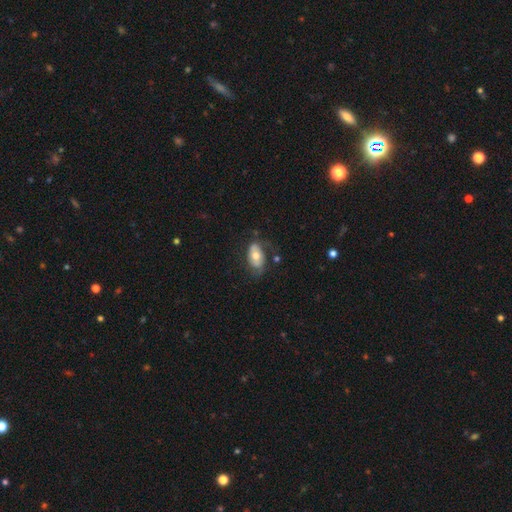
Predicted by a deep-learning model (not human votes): Smooth or featured? smooth (52%)
How rounded? in between (91%)
Merging? none (58%)